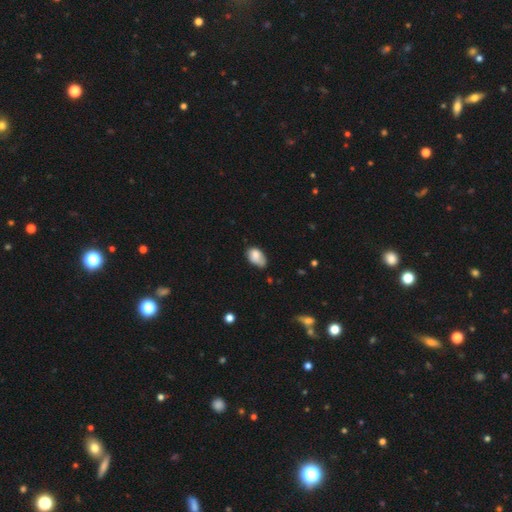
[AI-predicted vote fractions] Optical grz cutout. It shows a smooth galaxy with no disk features (79%) that is in between round and cigar-shaped (89%). Merging: minor disturbance (43%).